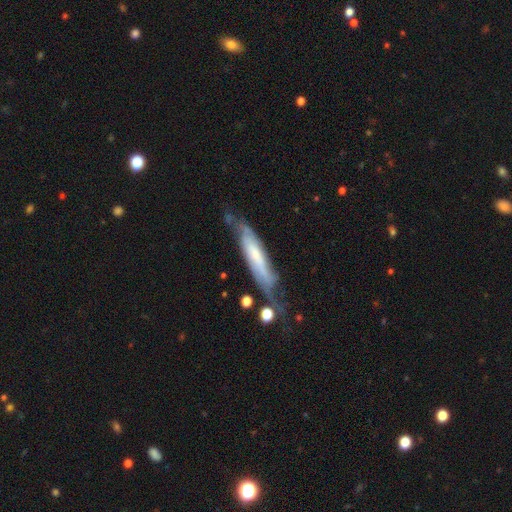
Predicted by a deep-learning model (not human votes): Smooth or featured? Predicted: featured or disk (p=0.64). Edge-on disk? Predicted: no (p=0.57). Merging? Predicted: none (p=0.52).